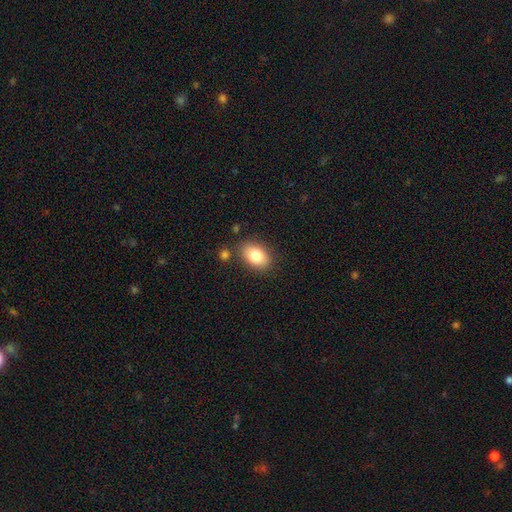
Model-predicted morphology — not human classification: This is clearly a smooth galaxy (82%). How rounded: clearly in between (86%). Merging: clearly none (80%).